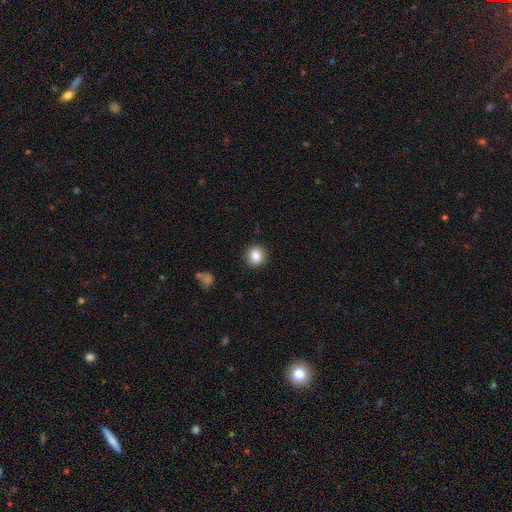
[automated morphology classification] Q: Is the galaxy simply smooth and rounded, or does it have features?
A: smooth — 84%.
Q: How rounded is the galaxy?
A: round — 92%.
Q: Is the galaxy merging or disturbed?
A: none — 92%.